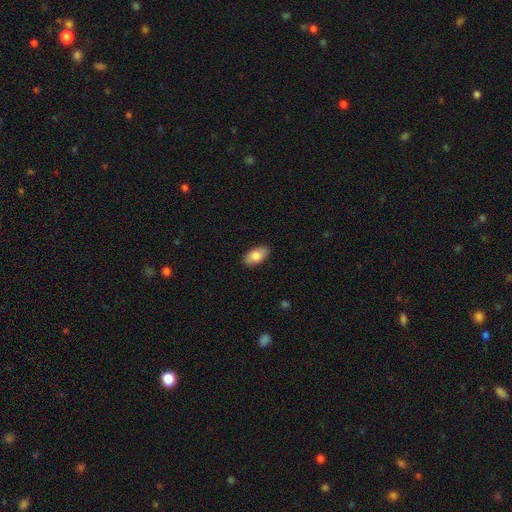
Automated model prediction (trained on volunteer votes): smooth_or_featured: smooth (p=0.83) [alt: featured or disk p=0.11]
how_rounded: in between (p=0.93) [alt: round p=0.05]
merging: none (p=0.87) [alt: minor disturbance p=0.10]